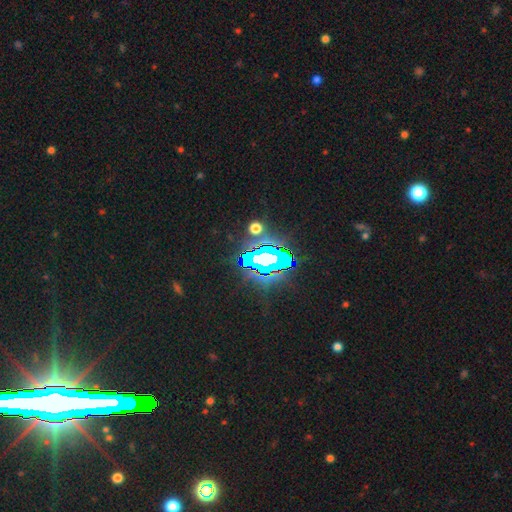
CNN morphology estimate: The model was most divided on "smooth or featured": star or artifact: 71%, featured or disk: 15%, smooth: 14%.